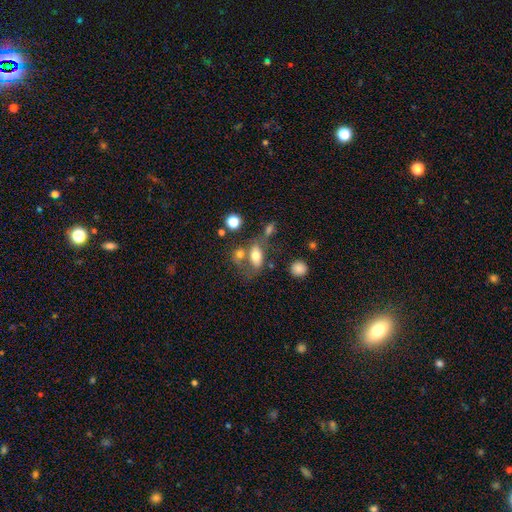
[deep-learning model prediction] Morphology: type=smooth (69%); roundness=in between (82%); merging=none (47%).